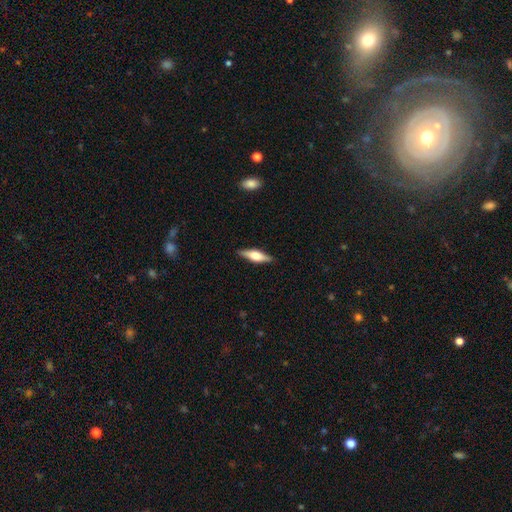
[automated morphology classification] Smooth or featured? featured or disk (55%)
Edge-on disk? yes (95%)
Edge-on bulge? rounded (88%)
Merging? none (89%)